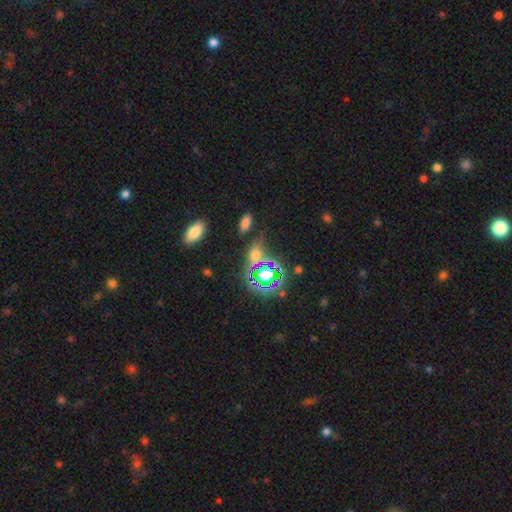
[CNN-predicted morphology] Smooth or featured: star or artifact — 49% (smooth — 38%)